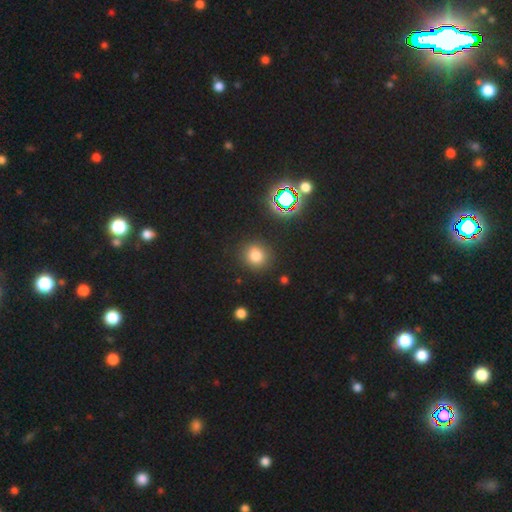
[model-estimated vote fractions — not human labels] Smooth or featured? Predicted: smooth (p=0.75). How rounded? Predicted: round (p=0.82). Merging? Predicted: none (p=0.86).